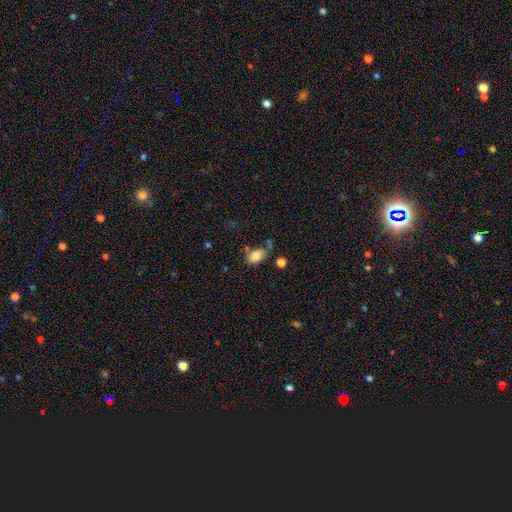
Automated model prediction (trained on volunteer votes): Smooth or featured? smooth (83%)
How rounded? in between (89%)
Merging? none (57%)